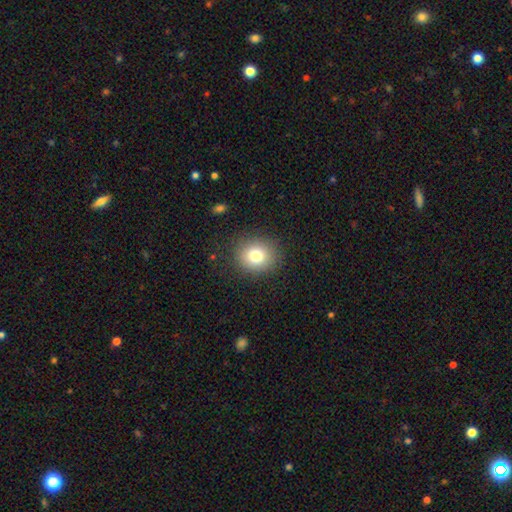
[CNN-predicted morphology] type=smooth (78%); roundness=round (80%); merging=none (88%).